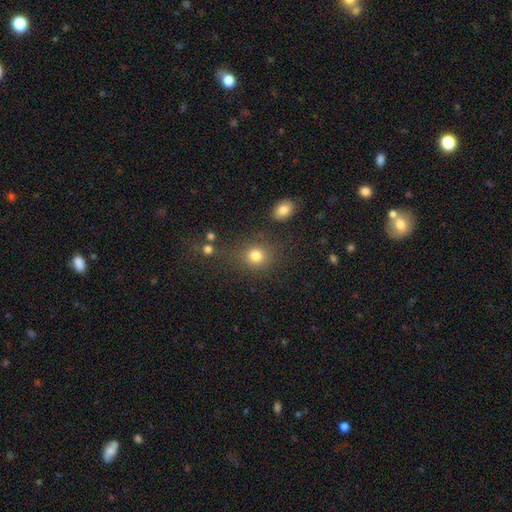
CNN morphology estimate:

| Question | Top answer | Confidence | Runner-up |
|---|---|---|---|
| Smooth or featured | smooth | 81% | star or artifact (13%) |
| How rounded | round | 77% | in between (21%) |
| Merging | none | 73% | minor disturbance (12%) |